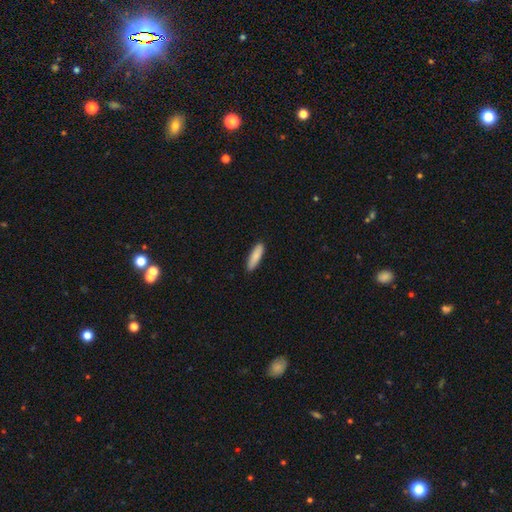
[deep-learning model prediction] A smooth galaxy with no disk features (87%) that is cigar-shaped (64%). Merging: none (89%).